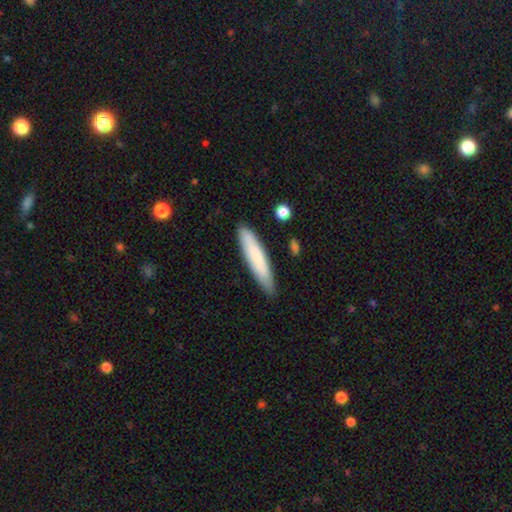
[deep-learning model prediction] Smooth or featured: smooth — 78% (featured or disk — 16%)
How rounded: cigar-shaped — 87% (in between — 12%)
Merging: none — 85% (minor disturbance — 11%)